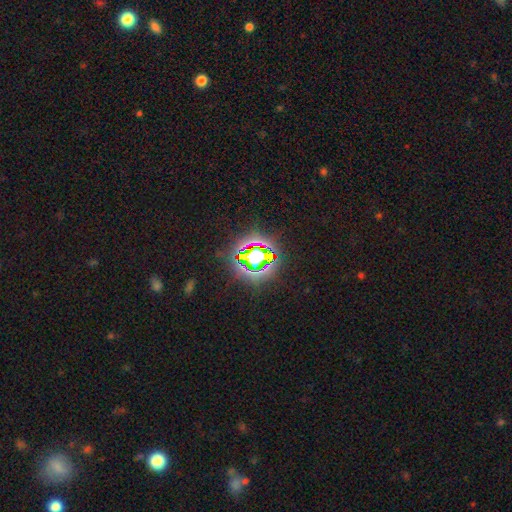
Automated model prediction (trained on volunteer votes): star or artifact 72%, smooth 16%, featured or disk 13%.